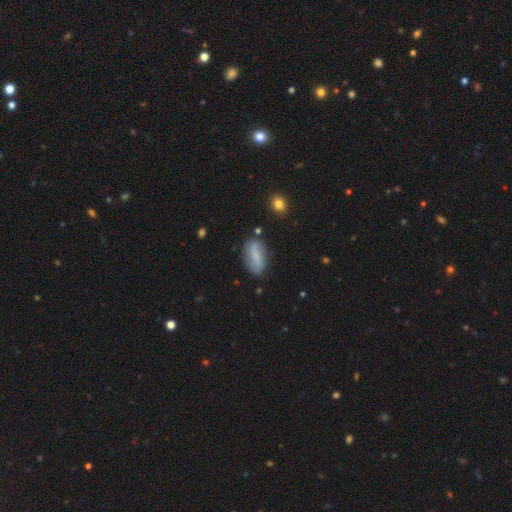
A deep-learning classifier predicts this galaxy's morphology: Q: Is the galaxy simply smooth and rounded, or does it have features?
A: smooth — 56%.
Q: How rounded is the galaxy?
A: in between — 86%.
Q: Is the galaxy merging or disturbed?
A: none — 73%.